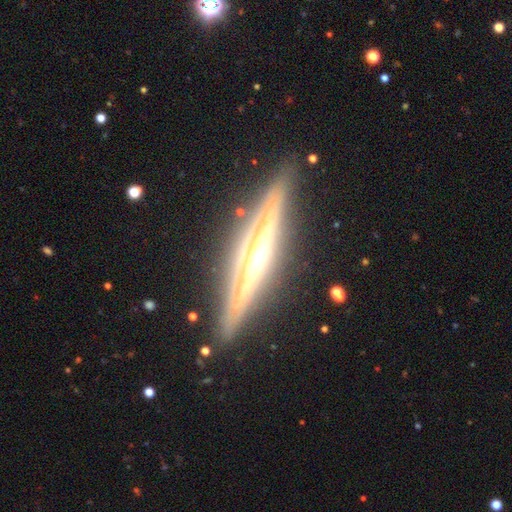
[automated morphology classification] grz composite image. It shows a featured or disk galaxy (86%) viewed edge-on (96%) with a rounded central bulge (73%). Merging: none (87%).